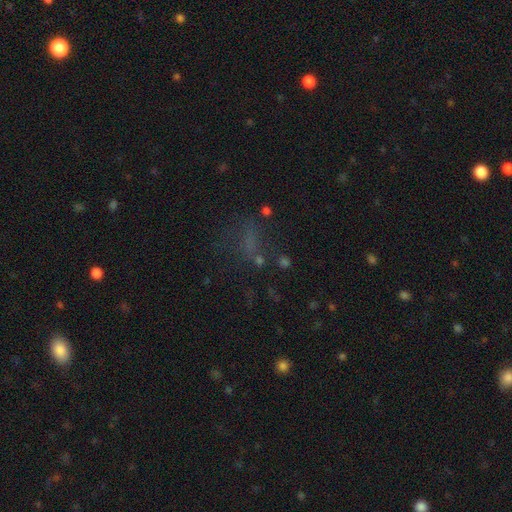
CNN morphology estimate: This is marginally a smooth galaxy (41%). Merging: possibly none (51%).